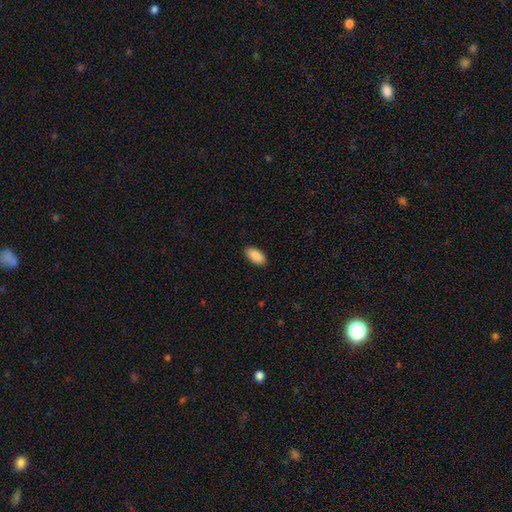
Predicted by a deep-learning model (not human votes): Morphology: type=smooth (91%); roundness=in between (93%); merging=none (89%).